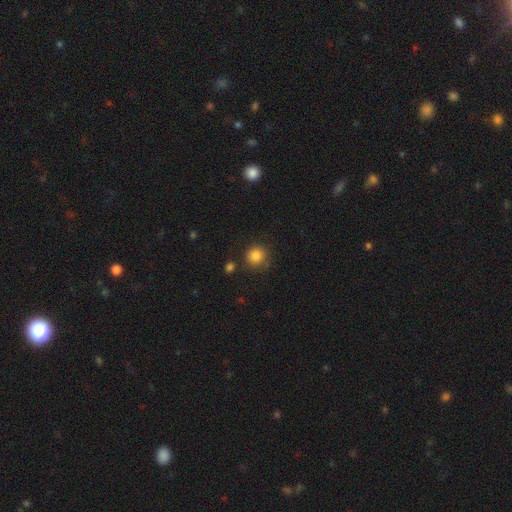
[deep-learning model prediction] smooth 85%, star or artifact 11%, featured or disk 5%. Down the decision tree: how rounded — round (91%); merging — none (79%).